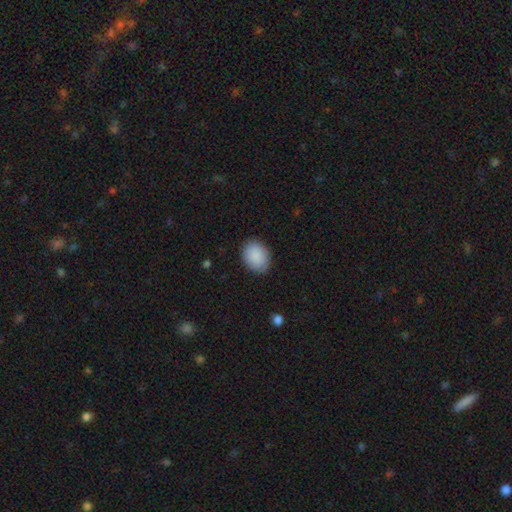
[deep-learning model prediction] Smooth or featured: smooth — 90% (star or artifact — 6%)
How rounded: in between — 65% (round — 34%)
Merging: none — 85% (minor disturbance — 11%)